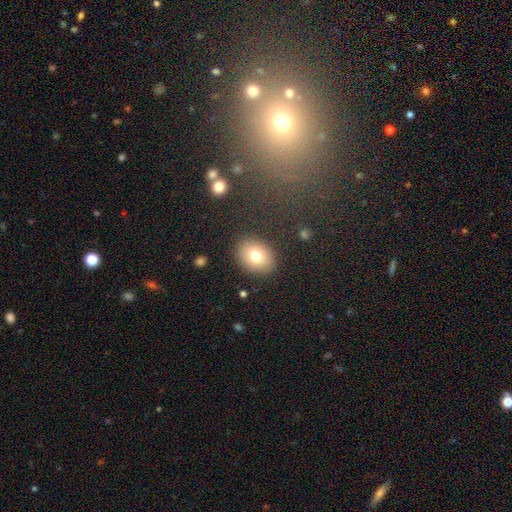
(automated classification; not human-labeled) smooth_or_featured: smooth (p=0.75) [alt: featured or disk p=0.14]
how_rounded: in between (p=0.55) [alt: round p=0.44]
merging: none (p=0.88) [alt: minor disturbance p=0.08]